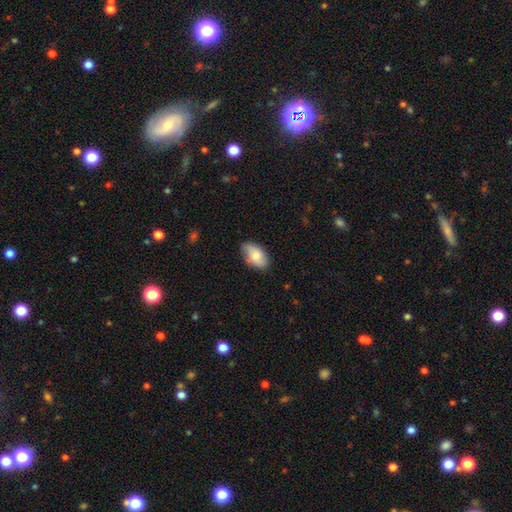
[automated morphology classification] A smooth galaxy with no disk features (74%) that is in between round and cigar-shaped (93%).

Vote fractions:
- Smooth or featured? smooth: 74% / featured or disk: 20% / star or artifact: 7%
- How rounded? in between: 93% / round: 5% / cigar-shaped: 2%
- Merging? none: 74% / minor disturbance: 21% / major disturbance: 4% / merger: 1%